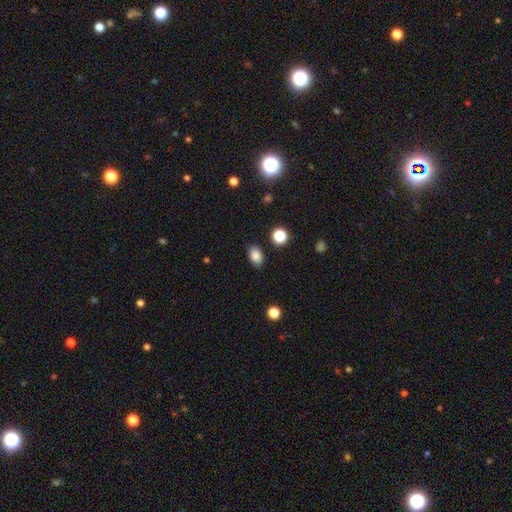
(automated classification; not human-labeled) smooth 85%, star or artifact 10%, featured or disk 4%. Down the decision tree: how rounded — in between (82%); merging — none (86%).